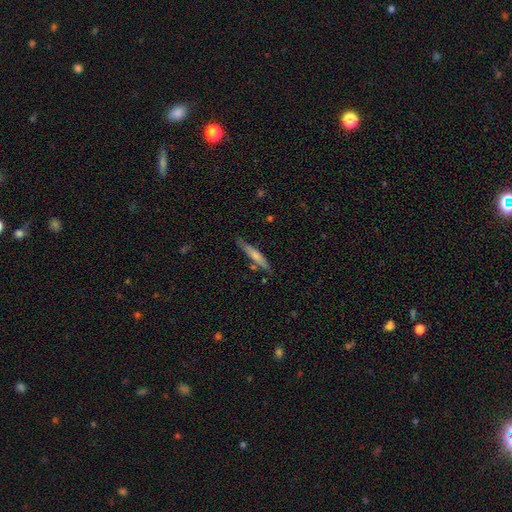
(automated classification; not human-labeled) Smooth or featured?
  - smooth: 59% *
  - featured or disk: 35%
  - star or artifact: 6%
How rounded?
  - cigar-shaped: 92% *
  - in between: 6%
  - round: 1%
Merging?
  - none: 78% *
  - minor disturbance: 14%
  - merger: 5%
  - major disturbance: 3%